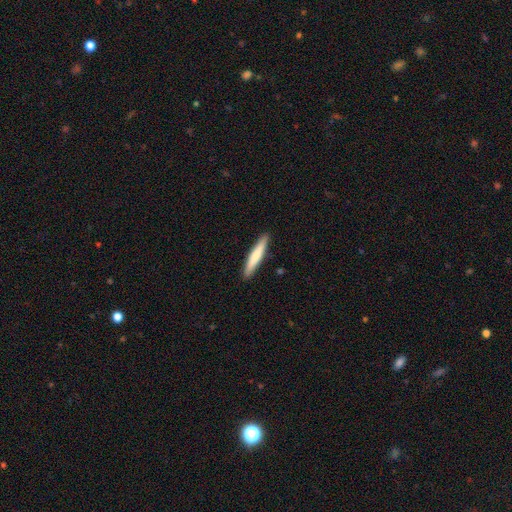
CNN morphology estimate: smooth 71%, featured or disk 24%, star or artifact 5%. Down the decision tree: how rounded — cigar-shaped (93%); merging — none (90%).